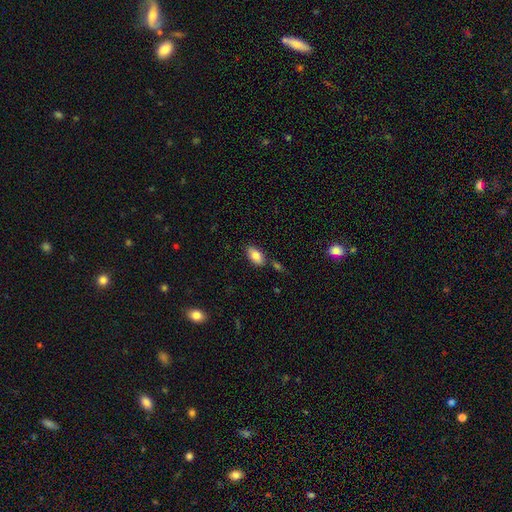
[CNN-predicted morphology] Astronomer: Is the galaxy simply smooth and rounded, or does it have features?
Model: smooth — 83%.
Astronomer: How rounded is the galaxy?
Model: in between — 93%.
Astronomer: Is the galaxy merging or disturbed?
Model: none — 78%.